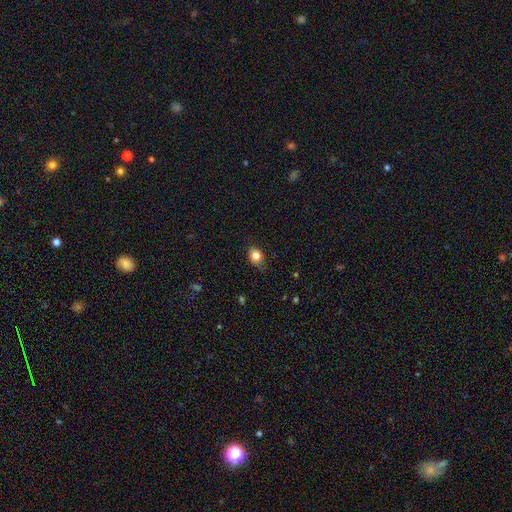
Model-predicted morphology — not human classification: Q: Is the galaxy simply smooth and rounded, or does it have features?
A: smooth — 82%.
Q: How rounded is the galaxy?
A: in between — 51%.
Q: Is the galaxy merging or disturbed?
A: none — 70%.